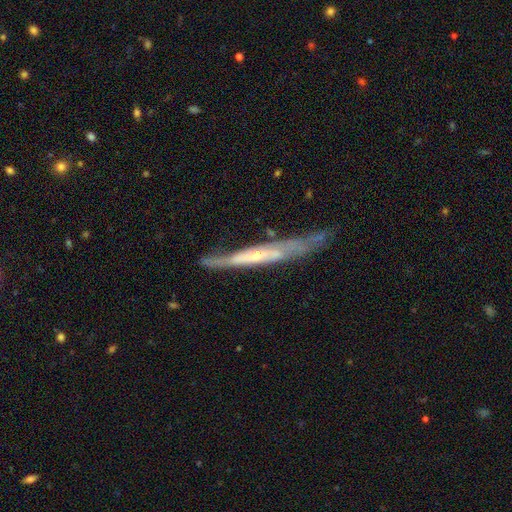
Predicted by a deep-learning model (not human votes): Overall: featured or disk (74%). Edge-on disk: yes (79%). Edge-on bulge: none (54%; rounded 38%). Merging: none (61%; minor disturbance 26%).